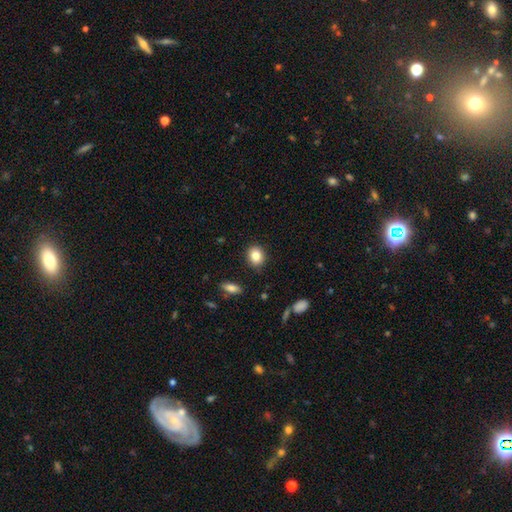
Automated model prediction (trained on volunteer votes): Smooth or featured? Predicted: smooth (p=0.84). How rounded? Predicted: round (p=0.59). Merging? Predicted: none (p=0.89).